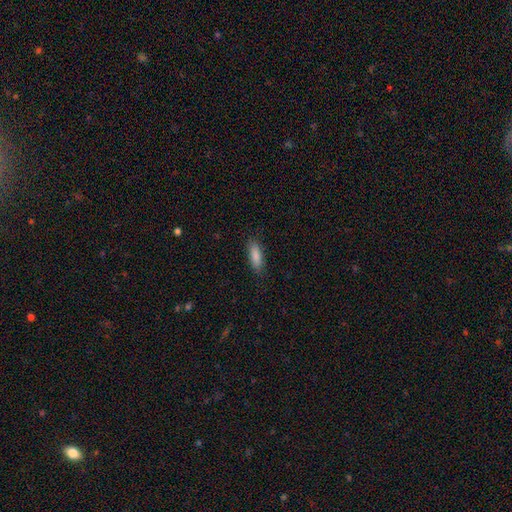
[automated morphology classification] A smooth galaxy with no disk features (87%) that is in between round and cigar-shaped (60%). Merging: none (86%).